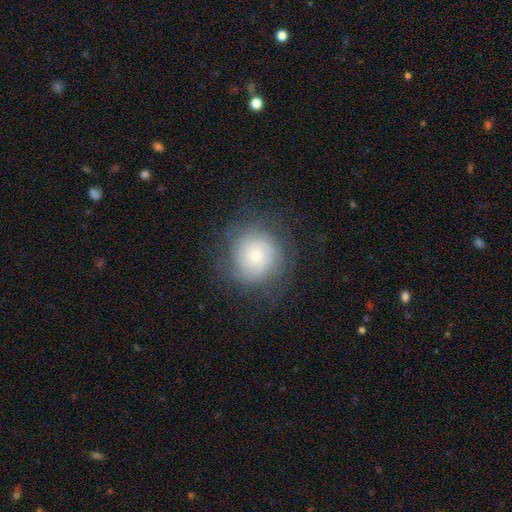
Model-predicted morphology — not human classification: Overall: smooth (45%; featured or disk 44%). Merging: none (74%).